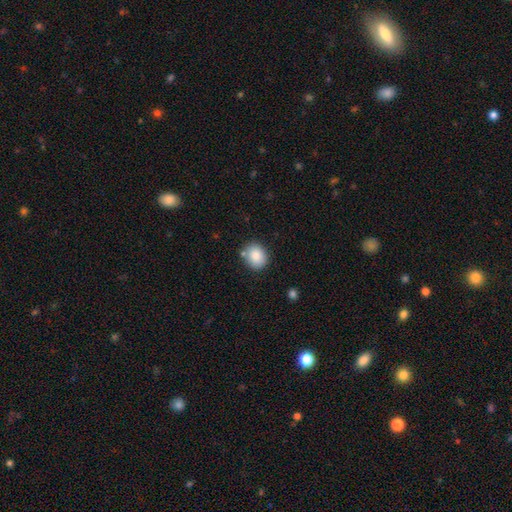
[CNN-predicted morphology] Smooth or featured? smooth (85%)
How rounded? round (68%)
Merging? none (79%)